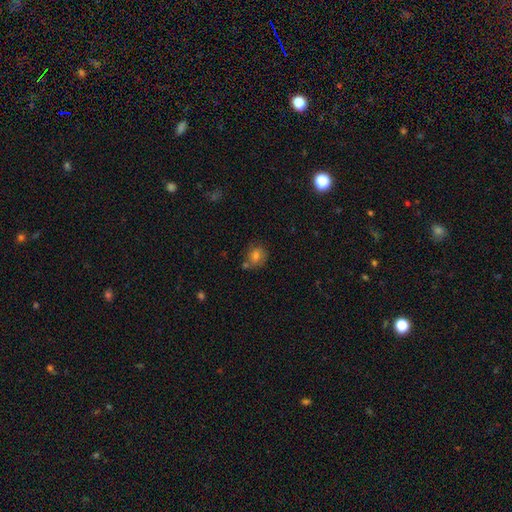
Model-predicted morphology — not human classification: Overall: smooth (67%). How rounded: round (68%; in between 31%). Merging: none (70%).